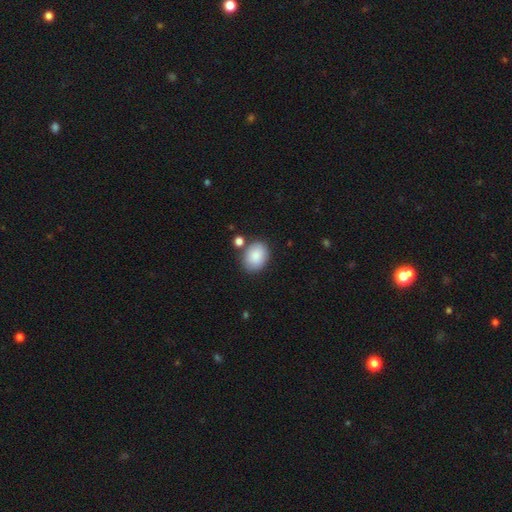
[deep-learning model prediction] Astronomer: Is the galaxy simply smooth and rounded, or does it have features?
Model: smooth — 86%.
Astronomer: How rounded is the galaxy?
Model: in between — 64%.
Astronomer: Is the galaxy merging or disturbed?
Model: none — 74%.